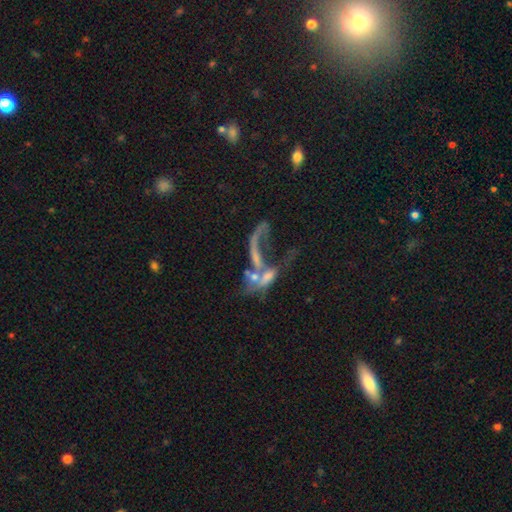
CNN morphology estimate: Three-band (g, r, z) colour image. It shows a featured or disk galaxy (61%) with no bar (72%), no spiral arms (65%) and no central bulge (46%). Merging: merger (55%).